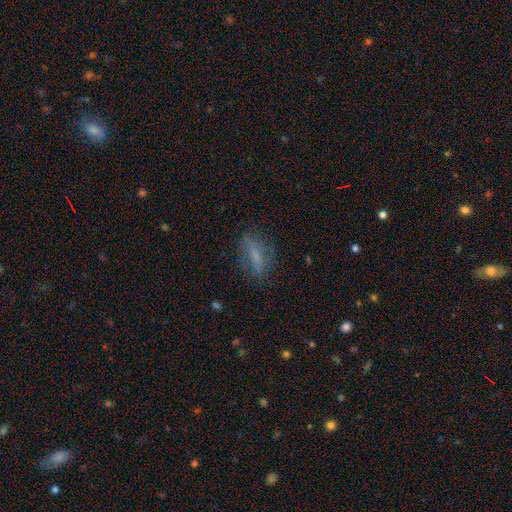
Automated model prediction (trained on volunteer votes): Q: Smooth or featured?
A: smooth (57%); runner-up: featured or disk (31%)
Q: How rounded?
A: in between (57%); runner-up: cigar-shaped (37%)
Q: Merging?
A: none (71%); runner-up: minor disturbance (19%)